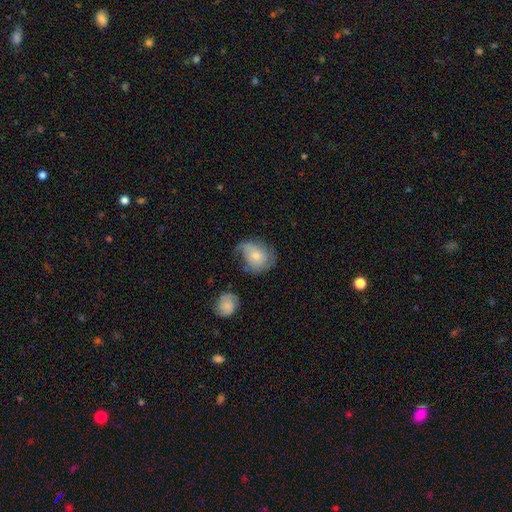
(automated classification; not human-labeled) smooth_or_featured: featured or disk (p=0.50) [alt: smooth p=0.43]
merging: none (p=0.42) [alt: minor disturbance p=0.30]